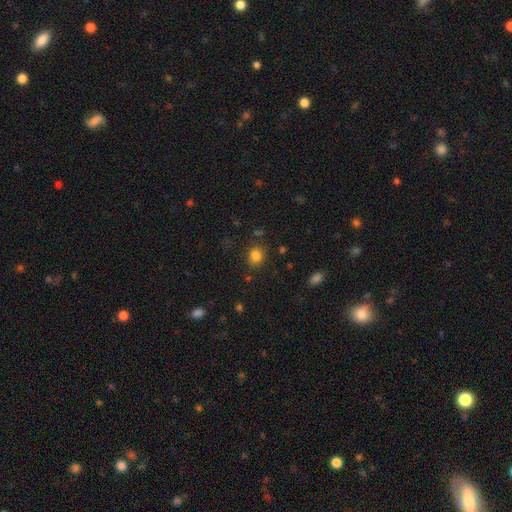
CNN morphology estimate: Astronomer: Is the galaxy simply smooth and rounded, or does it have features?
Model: smooth — 82%.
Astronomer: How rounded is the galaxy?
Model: round — 60% (runner-up: in between, 39%).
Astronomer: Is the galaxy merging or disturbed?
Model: none — 82%.